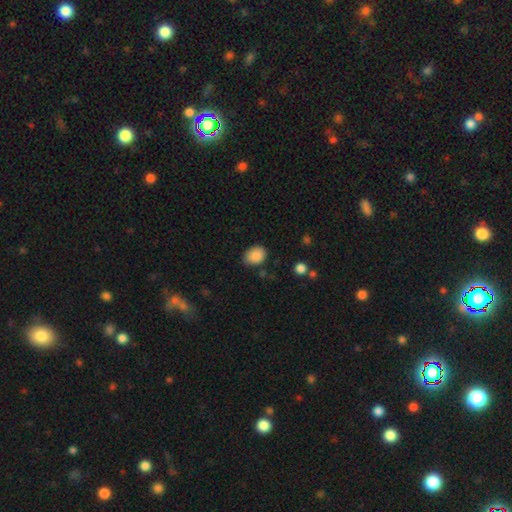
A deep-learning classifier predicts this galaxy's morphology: The model was most divided on "how rounded": in between: 63%, round: 36%, cigar-shaped: 1%. More confident: smooth or featured — smooth (87%); merging — none (74%).